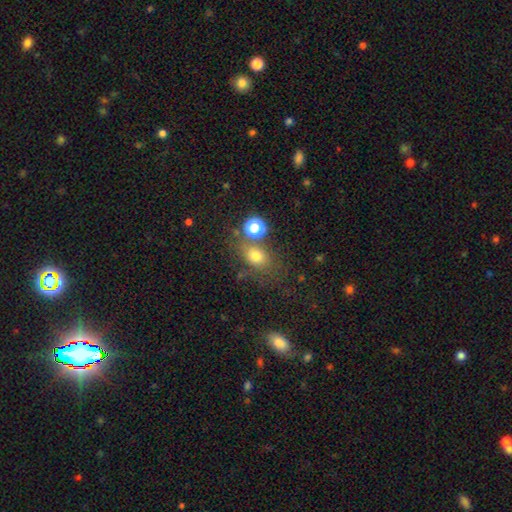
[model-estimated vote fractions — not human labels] A smooth galaxy with no disk features (71%) that is in between round and cigar-shaped (50%).

Vote fractions:
- Smooth or featured? smooth: 71% / star or artifact: 18% / featured or disk: 11%
- How rounded? in between: 50% / round: 48% / cigar-shaped: 2%
- Merging? none: 59% / merger: 18% / minor disturbance: 15% / major disturbance: 8%